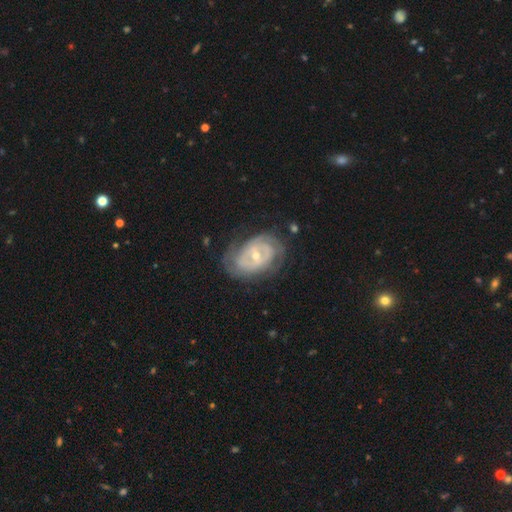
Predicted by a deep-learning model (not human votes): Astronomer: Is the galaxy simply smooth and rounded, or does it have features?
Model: featured or disk — 82%.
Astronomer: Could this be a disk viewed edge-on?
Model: no — 96%.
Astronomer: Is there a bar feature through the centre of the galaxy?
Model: weak — 43% (runner-up: no, 42%).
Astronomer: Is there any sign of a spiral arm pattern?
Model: yes — 88%.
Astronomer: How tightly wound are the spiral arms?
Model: tight — 64%.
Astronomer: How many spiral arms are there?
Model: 2 — 39% (runner-up: can't tell, 36%).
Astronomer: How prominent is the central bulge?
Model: small — 54% (runner-up: moderate, 43%).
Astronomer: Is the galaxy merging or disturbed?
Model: none — 67%.